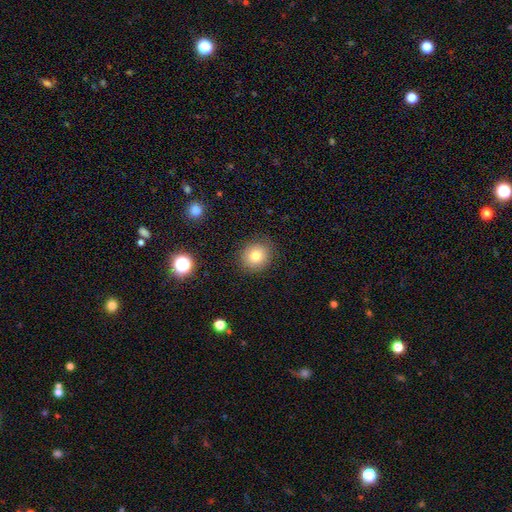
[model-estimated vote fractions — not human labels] A smooth galaxy with no disk features (78%) that is round (83%). Merging: none (86%).